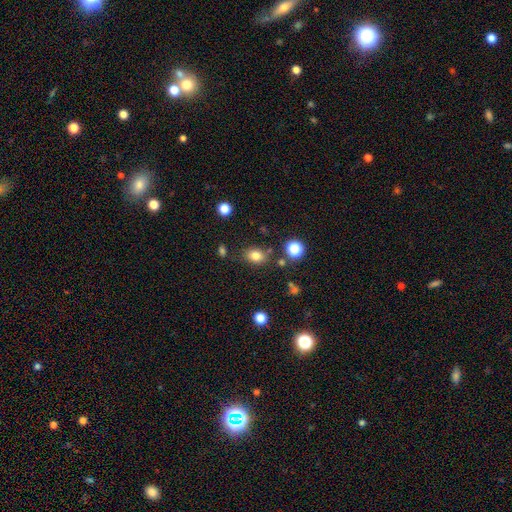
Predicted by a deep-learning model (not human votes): Smooth or featured? smooth (80%)
How rounded? in between (65%)
Merging? none (77%)